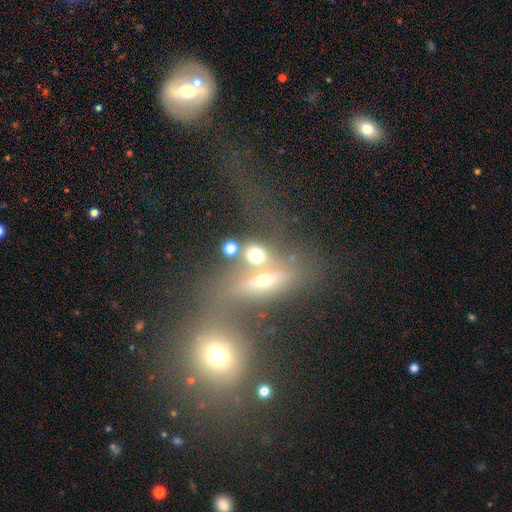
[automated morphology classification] smooth_or_featured: smooth (p=0.54) [alt: featured or disk p=0.29]
how_rounded: round (p=0.45) [tied with: in between p=0.45]
merging: merger (p=0.39) [tied with: none p=0.39]